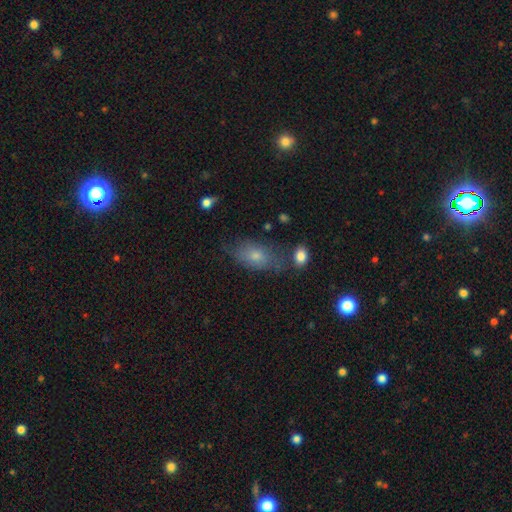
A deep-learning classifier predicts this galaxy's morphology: smooth_or_featured: smooth (p=0.64) [alt: featured or disk p=0.23]
how_rounded: in between (p=0.86) [alt: round p=0.09]
merging: none (p=0.65) [alt: minor disturbance p=0.22]